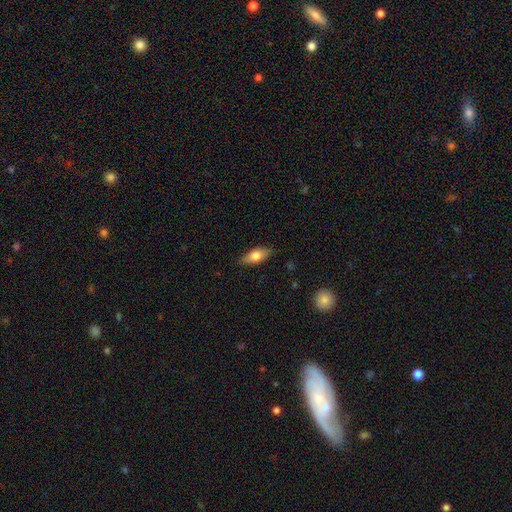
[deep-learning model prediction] Smooth or featured? smooth (71%)
How rounded? in between (79%)
Merging? none (84%)